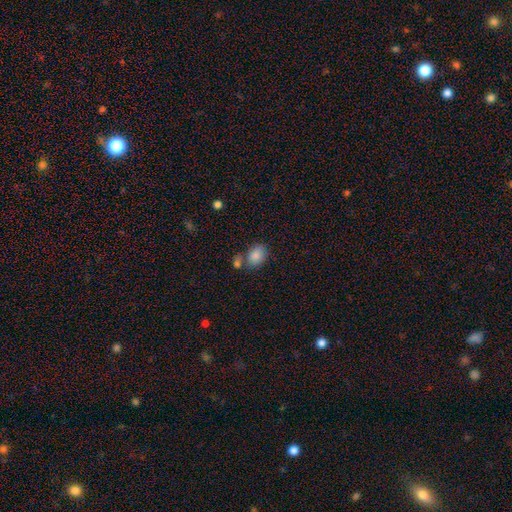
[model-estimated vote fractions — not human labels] Morphology: type=smooth (85%); roundness=in between (73%); merging=none (59%).